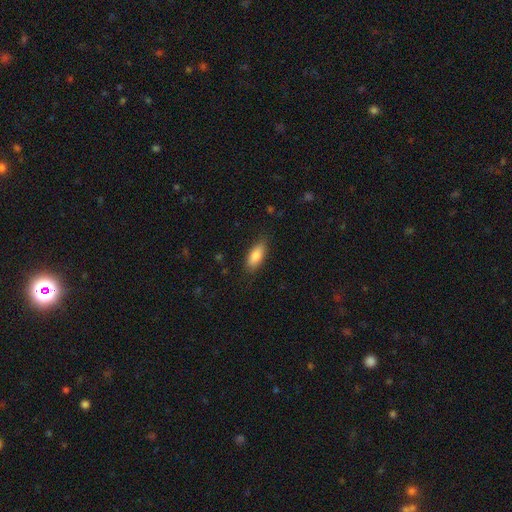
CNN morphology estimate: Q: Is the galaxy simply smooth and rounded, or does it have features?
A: smooth — 84%.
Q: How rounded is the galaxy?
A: in between — 82%.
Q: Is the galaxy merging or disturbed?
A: none — 82%.